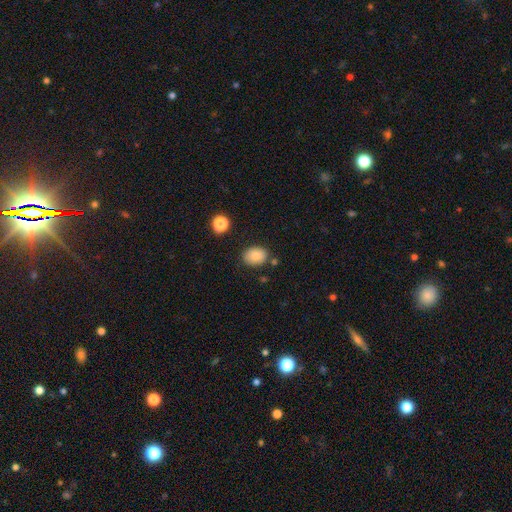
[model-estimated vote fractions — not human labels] Overall: smooth (85%). How rounded: in between (68%; round 31%). Merging: none (79%).